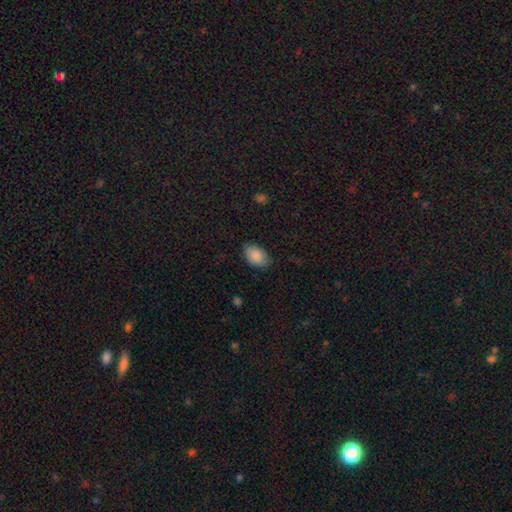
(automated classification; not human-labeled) Overall: smooth (89%). How rounded: in between (90%). Merging: none (77%).